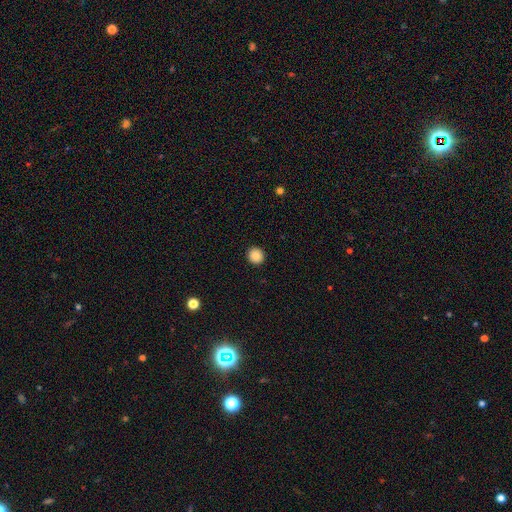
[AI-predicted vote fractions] Smooth or featured: smooth — 88% (star or artifact — 9%)
How rounded: round — 92% (in between — 7%)
Merging: none — 93% (minor disturbance — 4%)